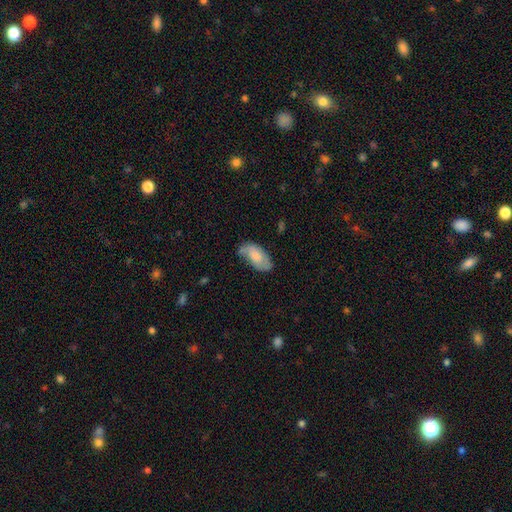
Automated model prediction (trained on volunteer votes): smooth_or_featured: smooth (p=0.66) [alt: featured or disk p=0.27]
how_rounded: in between (p=0.93) [alt: cigar-shaped p=0.04]
merging: none (p=0.54) [alt: minor disturbance p=0.33]